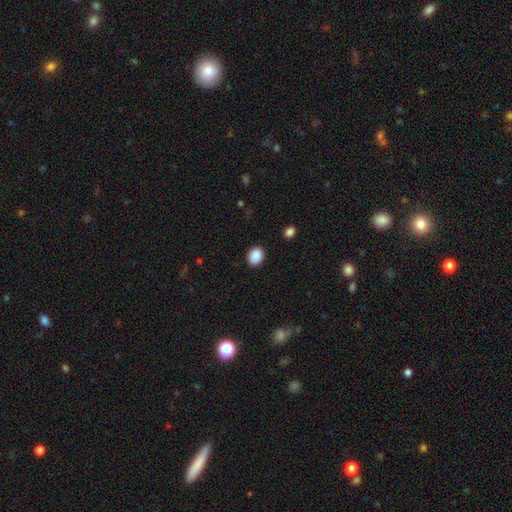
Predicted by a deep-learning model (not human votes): Morphology: type=smooth (89%); roundness=in between (50%); merging=none (87%).